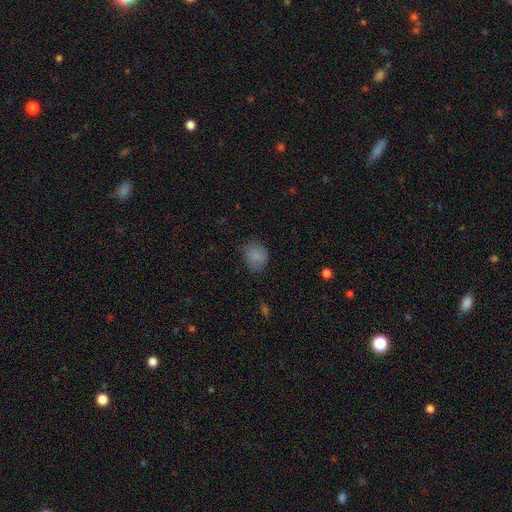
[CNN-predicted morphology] The model was most divided on "how rounded": round: 55%, in between: 44%, cigar-shaped: 1%. More confident: smooth or featured — smooth (83%); merging — none (71%).